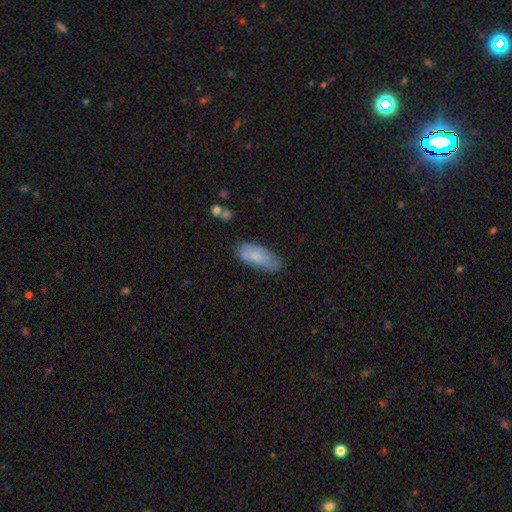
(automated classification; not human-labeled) A smooth galaxy with no disk features (70%) that is in between round and cigar-shaped (82%). Merging: none (63%).